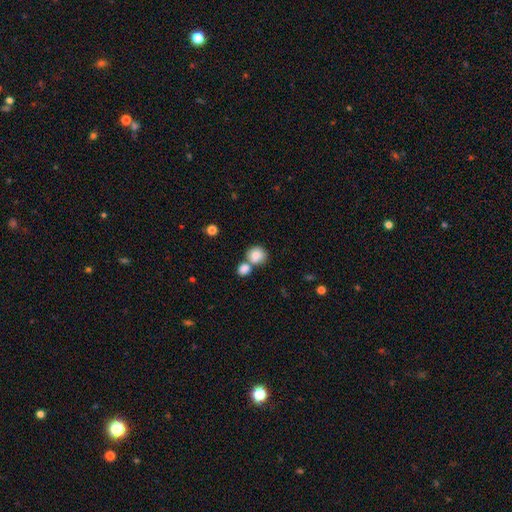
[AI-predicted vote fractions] This appears to be a smooth galaxy with no disk features (84%) that is round (81%). Merging: merger (46%).